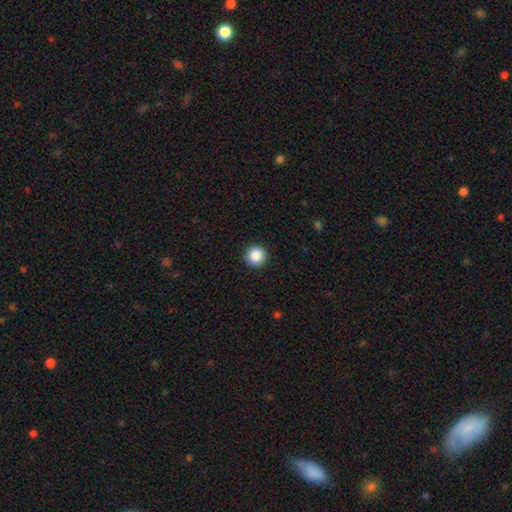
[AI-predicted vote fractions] Smooth or featured?
  - smooth: 87% *
  - star or artifact: 9%
  - featured or disk: 3%
How rounded?
  - round: 96% *
  - in between: 3%
  - cigar-shaped: 1%
Merging?
  - none: 93% *
  - minor disturbance: 4%
  - major disturbance: 1%
  - merger: 1%